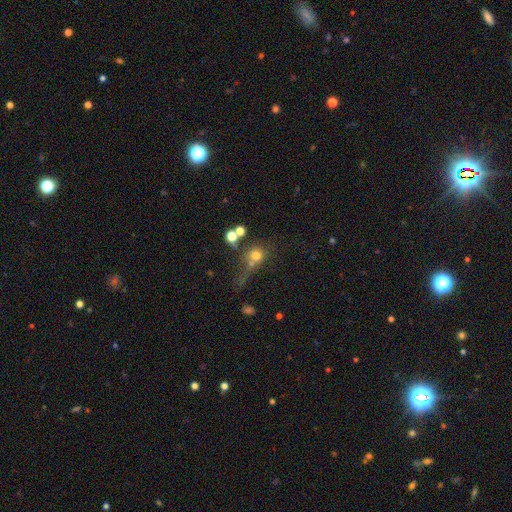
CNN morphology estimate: A smooth galaxy with no disk features (67%) that is round (83%).

Vote fractions:
- Smooth or featured? smooth: 67% / star or artifact: 18% / featured or disk: 15%
- How rounded? round: 83% / in between: 15% / cigar-shaped: 2%
- Merging? none: 39% / merger: 33% / major disturbance: 15% / minor disturbance: 12%